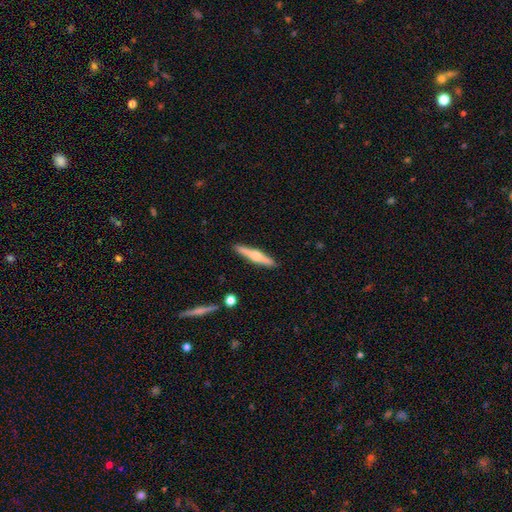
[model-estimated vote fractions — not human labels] The model was most divided on "smooth or featured": featured or disk: 56%, smooth: 38%, star or artifact: 6%. More confident: edge-on disk — yes (97%); merging — none (90%); edge-on bulge — rounded (84%).